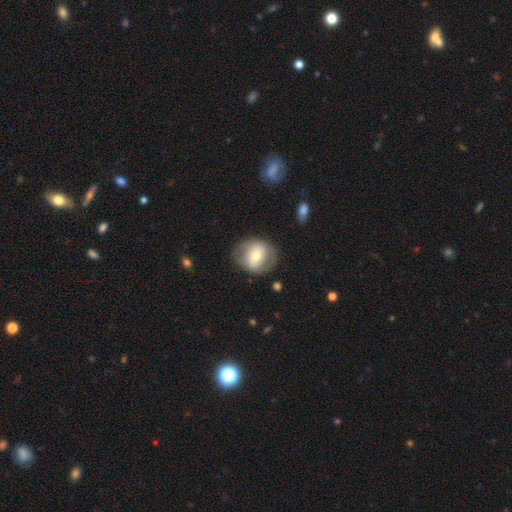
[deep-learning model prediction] Smooth or featured?
  - smooth: 49% *
  - featured or disk: 44%
  - star or artifact: 7%
Merging?
  - none: 75% *
  - minor disturbance: 15%
  - major disturbance: 8%
  - merger: 1%